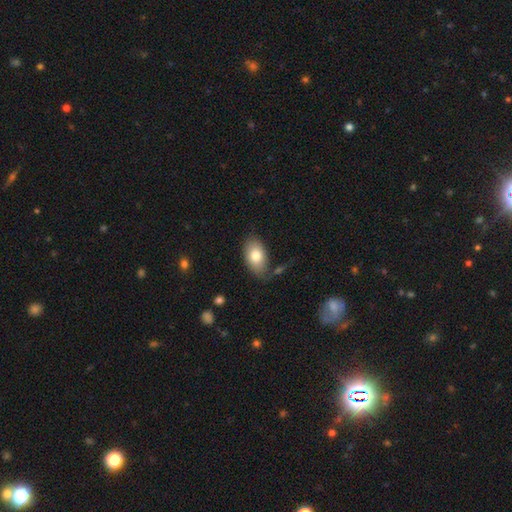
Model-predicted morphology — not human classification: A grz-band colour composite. It shows a smooth galaxy with no disk features (79%) that is in between round and cigar-shaped (91%). Merging: none (73%).